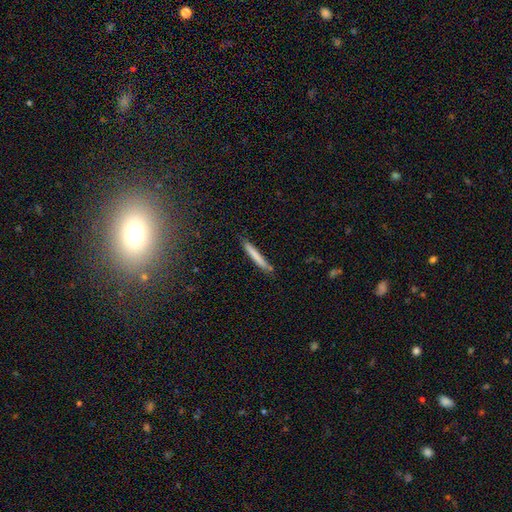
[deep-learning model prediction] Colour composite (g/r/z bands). It shows a smooth galaxy with no disk features (75%) that is cigar-shaped (96%). Merging: none (84%).